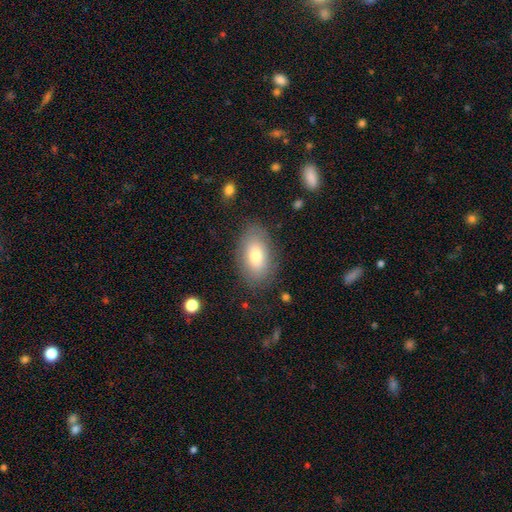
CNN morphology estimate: This appears to be a smooth galaxy with no disk features (73%) that is in between round and cigar-shaped (92%). Merging: none (80%).